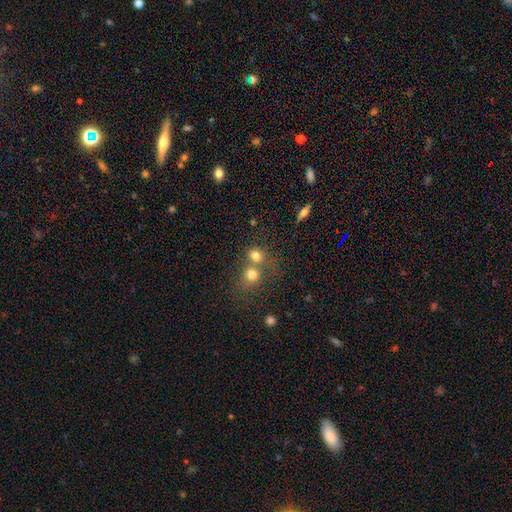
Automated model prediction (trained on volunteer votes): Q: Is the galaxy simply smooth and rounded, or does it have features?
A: smooth — 76%.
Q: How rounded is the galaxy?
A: round — 76%.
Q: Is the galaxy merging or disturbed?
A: merger — 48%.